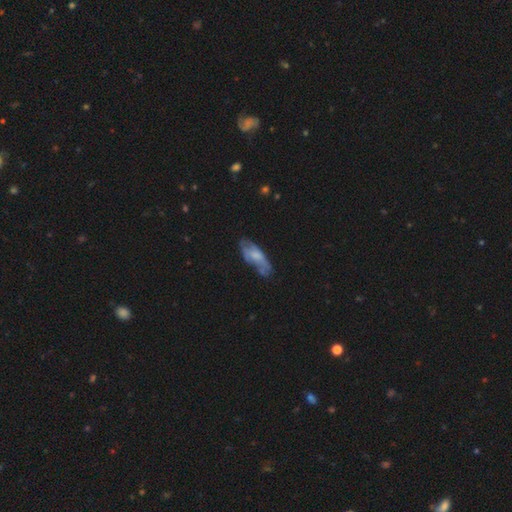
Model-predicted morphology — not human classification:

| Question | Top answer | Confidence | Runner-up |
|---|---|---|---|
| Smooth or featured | smooth | 51% | featured or disk (42%) |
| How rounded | in between | 69% | cigar-shaped (29%) |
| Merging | none | 50% | minor disturbance (31%) |